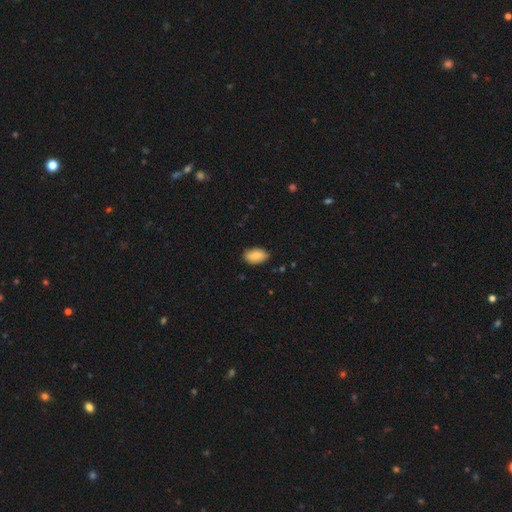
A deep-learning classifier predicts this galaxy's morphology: The model was most divided on "merging": none: 84%, minor disturbance: 13%, major disturbance: 2%, merger: 1%. More confident: how rounded — in between (92%); smooth or featured — smooth (84%).